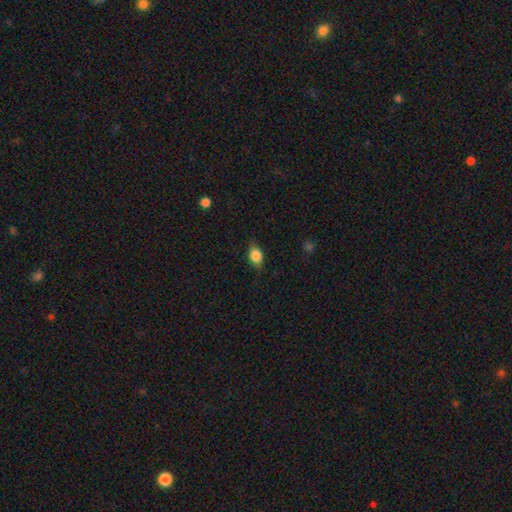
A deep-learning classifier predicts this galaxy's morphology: smooth 80%, featured or disk 11%, star or artifact 9%. Down the decision tree: how rounded — in between (74%); merging — none (76%).